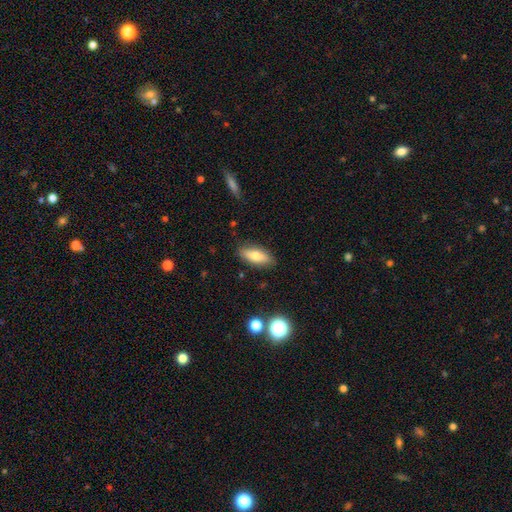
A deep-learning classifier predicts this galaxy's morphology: This is likely a smooth galaxy (70%). How rounded: likely in between (74%). Merging: clearly none (85%).